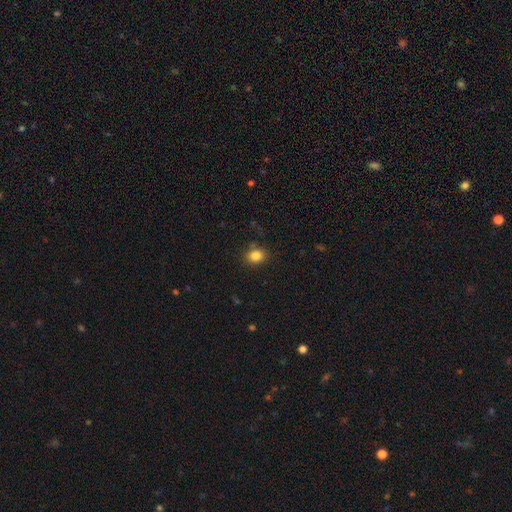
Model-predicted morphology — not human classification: smooth_or_featured: smooth (p=0.84) [alt: star or artifact p=0.11]
how_rounded: round (p=0.52) [alt: in between p=0.47]
merging: none (p=0.84) [alt: minor disturbance p=0.11]